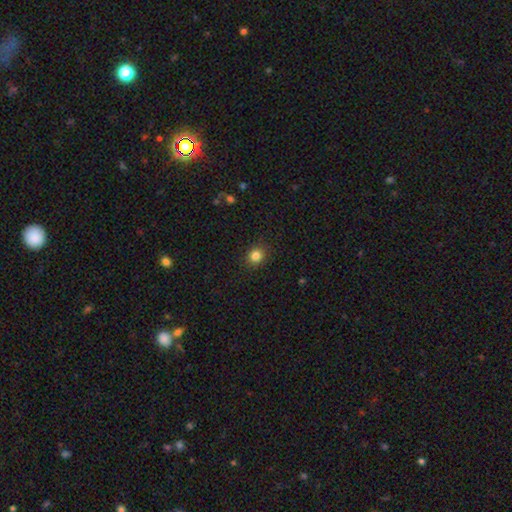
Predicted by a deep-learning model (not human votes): This appears to be a smooth galaxy with no disk features (84%) that is round (81%). Merging: none (90%).